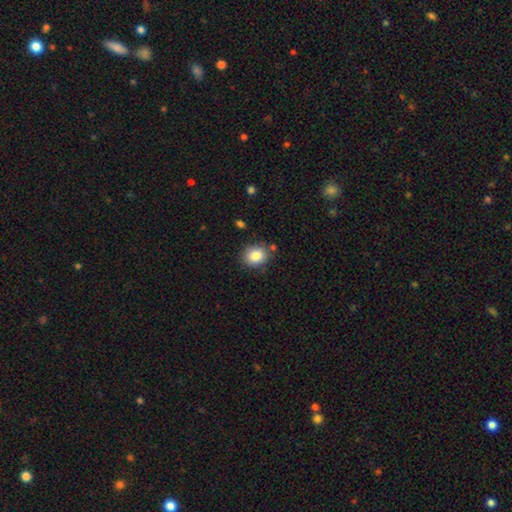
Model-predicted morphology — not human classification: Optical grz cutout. It shows a smooth galaxy with no disk features (84%) that is round (61%). Merging: none (81%).